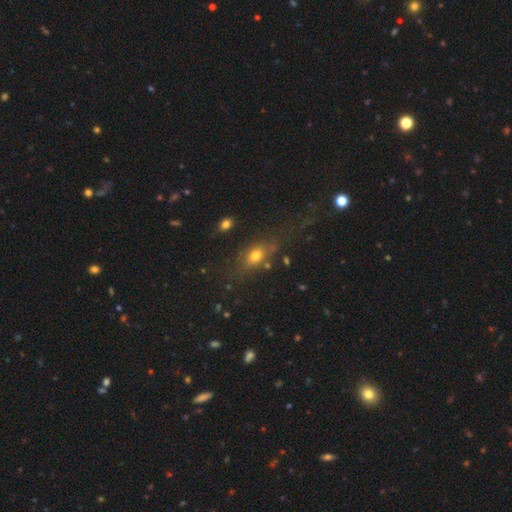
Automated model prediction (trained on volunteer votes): Smooth or featured?
  - smooth: 67% *
  - featured or disk: 17%
  - star or artifact: 15%
How rounded?
  - in between: 66% *
  - round: 23%
  - cigar-shaped: 11%
Merging?
  - none: 62% *
  - minor disturbance: 19%
  - major disturbance: 14%
  - merger: 6%